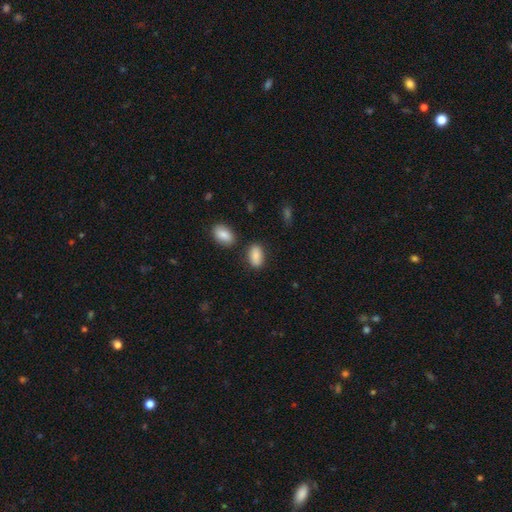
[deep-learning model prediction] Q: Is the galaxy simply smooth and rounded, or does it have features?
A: smooth — 88%.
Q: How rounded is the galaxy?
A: in between — 92%.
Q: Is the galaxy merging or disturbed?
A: none — 78%.